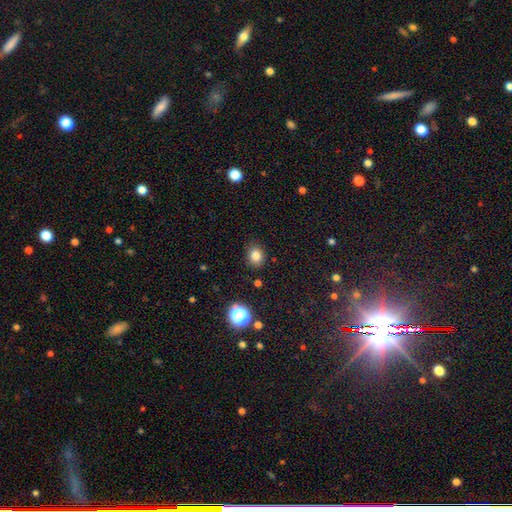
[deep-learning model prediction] Smooth or featured? Predicted: smooth (p=0.82). How rounded? Predicted: round (p=0.61). Merging? Predicted: none (p=0.85).